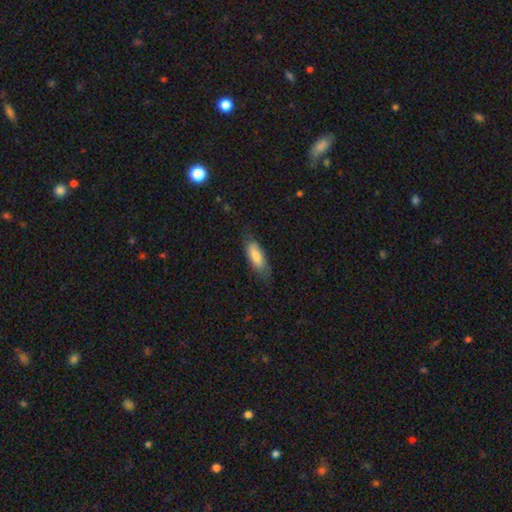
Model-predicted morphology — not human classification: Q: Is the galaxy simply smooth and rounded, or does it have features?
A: smooth — 75%.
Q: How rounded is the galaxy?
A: in between — 66%.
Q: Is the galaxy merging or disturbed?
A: none — 70%.